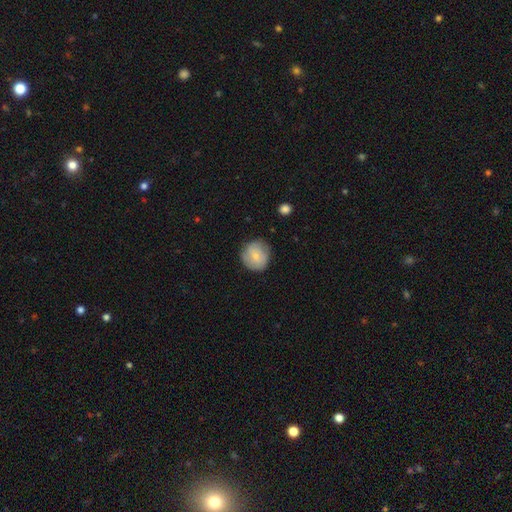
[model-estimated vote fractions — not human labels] This is likely a smooth galaxy (72%). How rounded: clearly round (89%). Merging: likely none (75%).